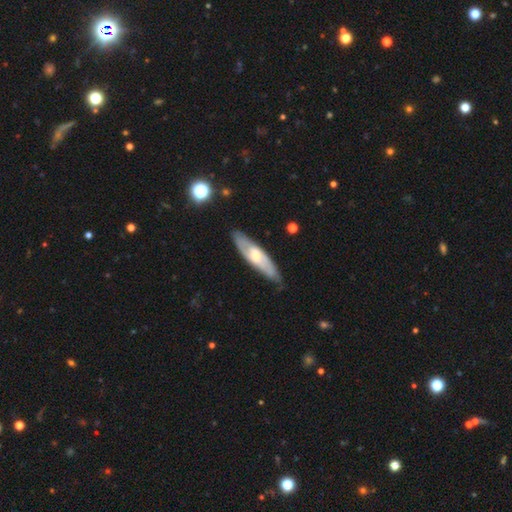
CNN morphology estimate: A featured or disk galaxy (62%). Merging: none (78%).